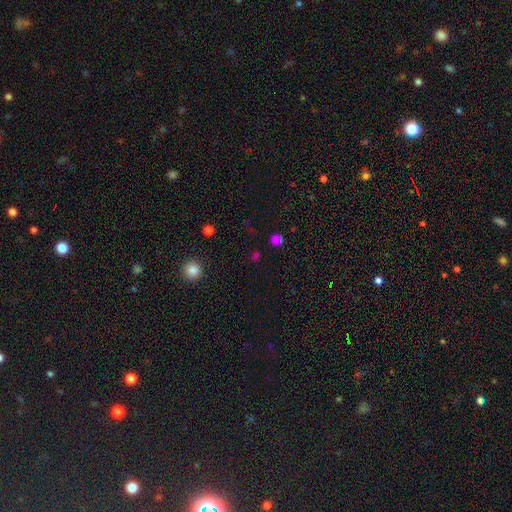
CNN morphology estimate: smooth-or-featured: smooth: 59% | star or artifact: 35% | featured or disk: 6%
  how-rounded: round: 82% | in between: 16% | cigar-shaped: 2%
  merging: none: 79% | minor disturbance: 10% | merger: 6% | major disturbance: 5%